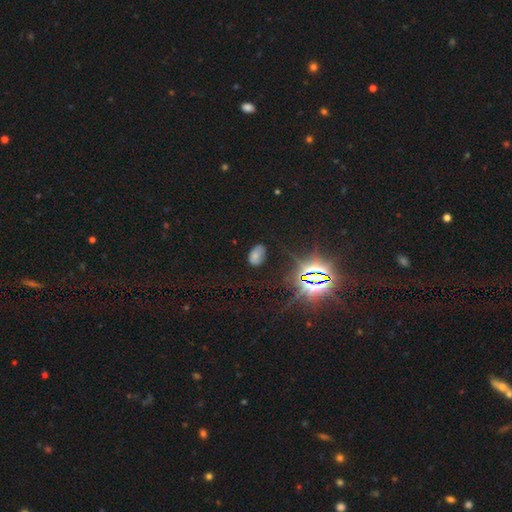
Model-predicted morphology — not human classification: Smooth or featured? Predicted: smooth (p=0.57). How rounded? Predicted: in between (p=0.91). Merging? Predicted: none (p=0.75).